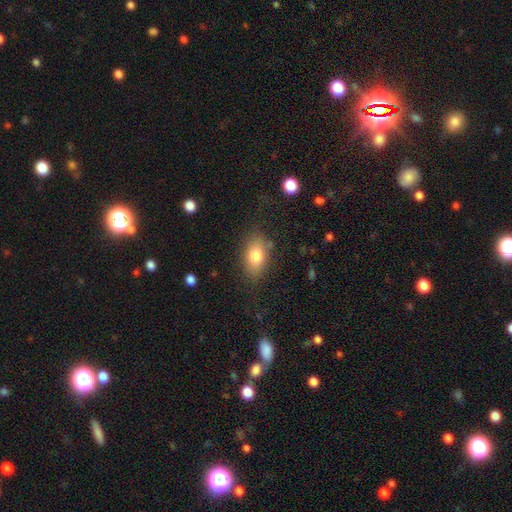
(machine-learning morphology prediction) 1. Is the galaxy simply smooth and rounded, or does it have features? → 79% smooth, 13% featured or disk, 8% star or artifact.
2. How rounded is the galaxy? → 87% in between, 10% round, 3% cigar-shaped.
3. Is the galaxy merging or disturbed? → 79% none, 14% minor disturbance, 5% major disturbance, 2% merger.